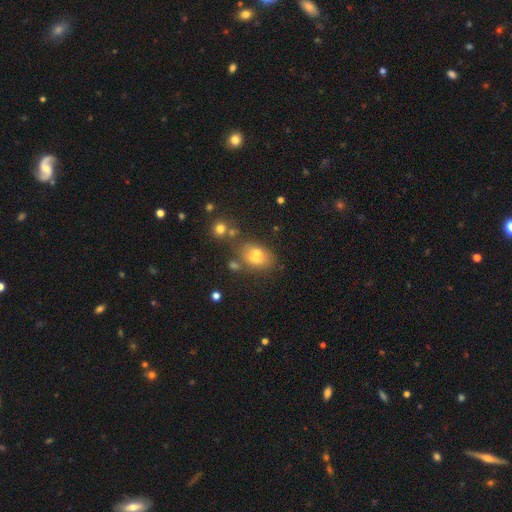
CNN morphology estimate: The model was most divided on "merging": none: 38%, merger: 37%, minor disturbance: 16%, major disturbance: 9%. More confident: how rounded — in between (74%); smooth or featured — smooth (62%).